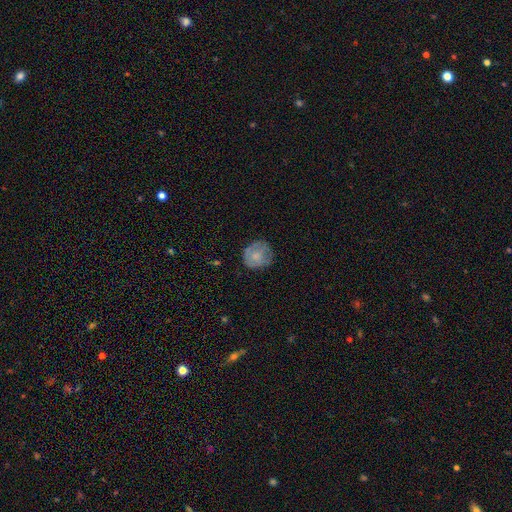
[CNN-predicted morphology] A smooth galaxy with no disk features (64%) that is round (86%). Merging: none (72%).